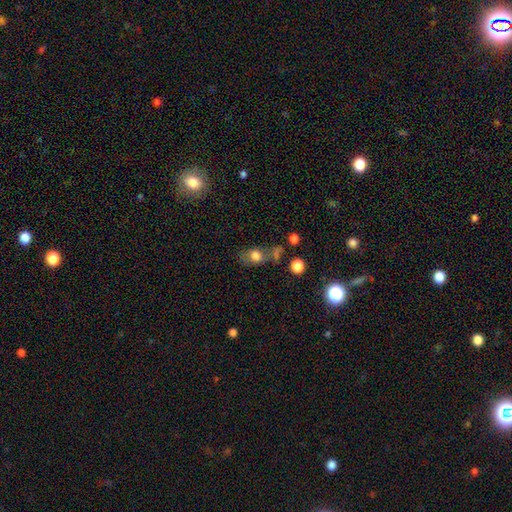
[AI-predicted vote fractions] Overall: smooth (73%). How rounded: in between (59%; round 38%). Merging: none (48%; minor disturbance 20%).